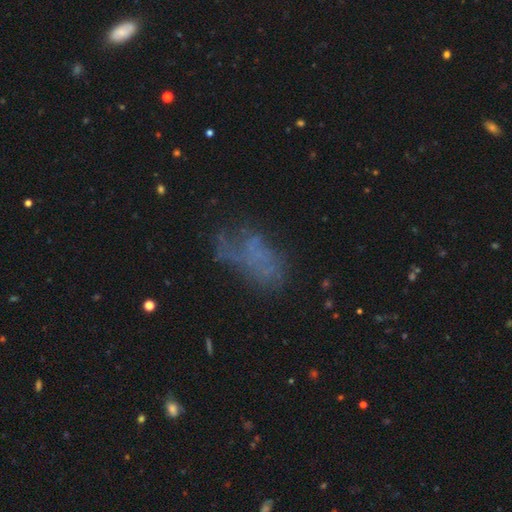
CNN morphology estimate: type=featured or disk (39%); merging=none (40%).